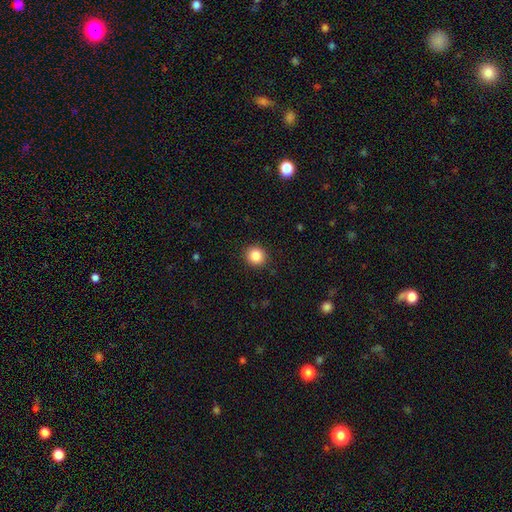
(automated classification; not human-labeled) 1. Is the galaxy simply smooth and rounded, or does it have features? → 86% smooth, 10% star or artifact, 4% featured or disk.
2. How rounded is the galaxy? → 91% round, 8% in between, 1% cigar-shaped.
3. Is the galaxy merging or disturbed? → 91% none, 6% minor disturbance, 2% major disturbance, 1% merger.